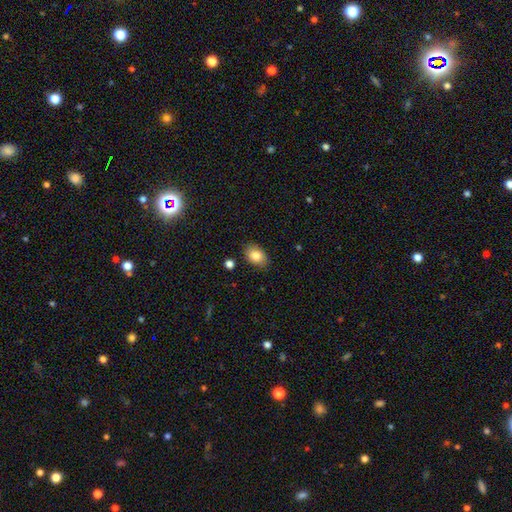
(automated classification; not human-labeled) Morphology: type=smooth (84%); roundness=in between (80%); merging=none (83%).